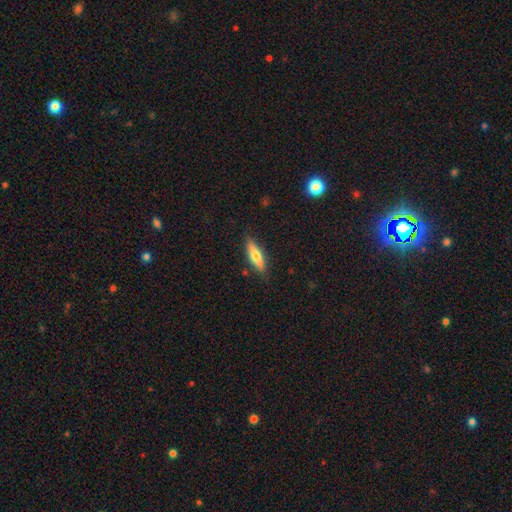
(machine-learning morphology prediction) smooth 55%, featured or disk 39%, star or artifact 6%. Down the decision tree: how rounded — cigar-shaped (66%); merging — none (84%).